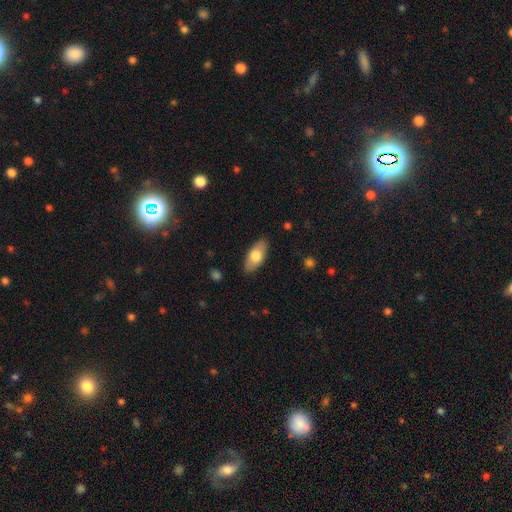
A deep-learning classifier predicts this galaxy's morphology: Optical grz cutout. It shows a smooth galaxy with no disk features (72%) that is in between round and cigar-shaped (88%). Merging: none (87%).